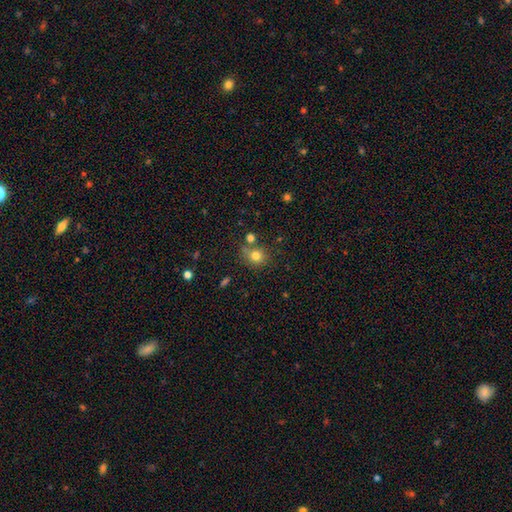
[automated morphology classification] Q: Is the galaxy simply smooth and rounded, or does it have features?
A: smooth — 78%.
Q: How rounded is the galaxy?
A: round — 77%.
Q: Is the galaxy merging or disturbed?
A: none — 65%.